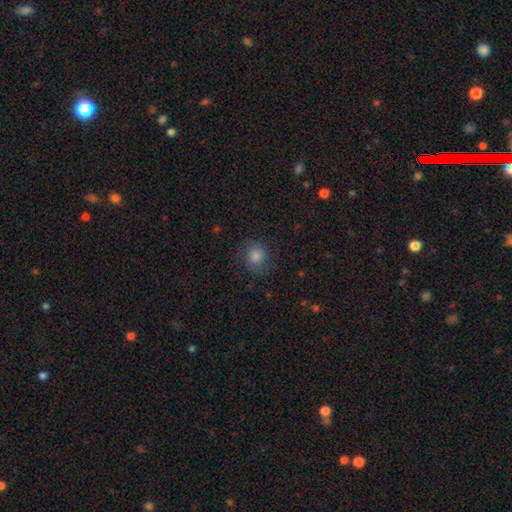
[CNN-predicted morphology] Smooth or featured? smooth (76%)
How rounded? round (81%)
Merging? none (78%)